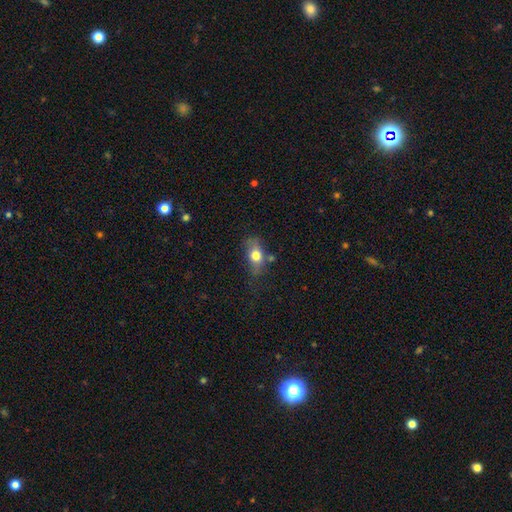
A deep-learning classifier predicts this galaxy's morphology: A smooth galaxy with no disk features (67%) that is in between round and cigar-shaped (74%).

Vote fractions:
- Smooth or featured? smooth: 67% / featured or disk: 25% / star or artifact: 9%
- How rounded? in between: 74% / round: 16% / cigar-shaped: 9%
- Merging? none: 58% / minor disturbance: 26% / major disturbance: 9% / merger: 6%